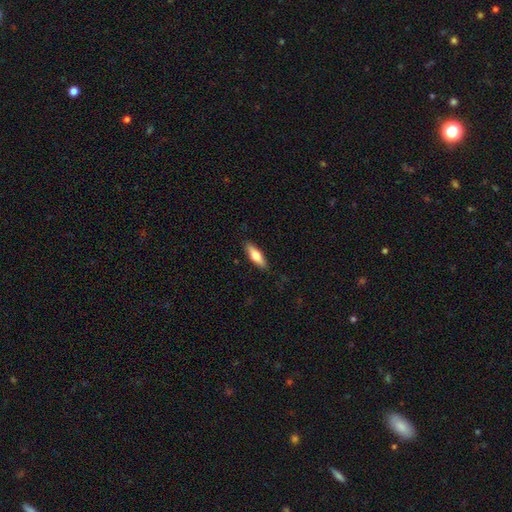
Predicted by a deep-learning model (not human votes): The model was most divided on "how rounded": cigar-shaped: 50%, in between: 48%, round: 2%. More confident: merging — none (87%); smooth or featured — smooth (67%).